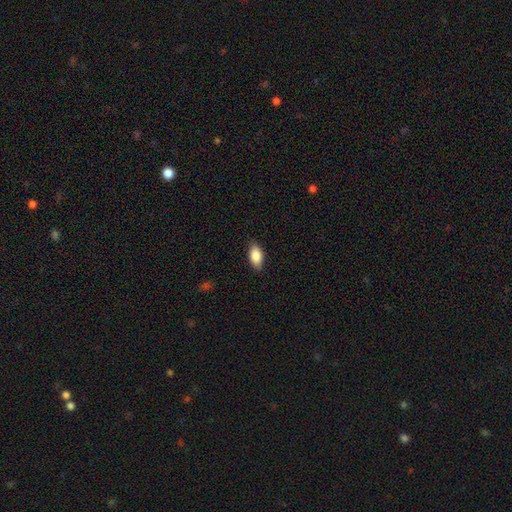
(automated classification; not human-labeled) Smooth or featured?
  - smooth: 85% *
  - featured or disk: 9%
  - star or artifact: 7%
How rounded?
  - in between: 90% *
  - cigar-shaped: 6%
  - round: 4%
Merging?
  - none: 85% *
  - minor disturbance: 11%
  - major disturbance: 2%
  - merger: 1%